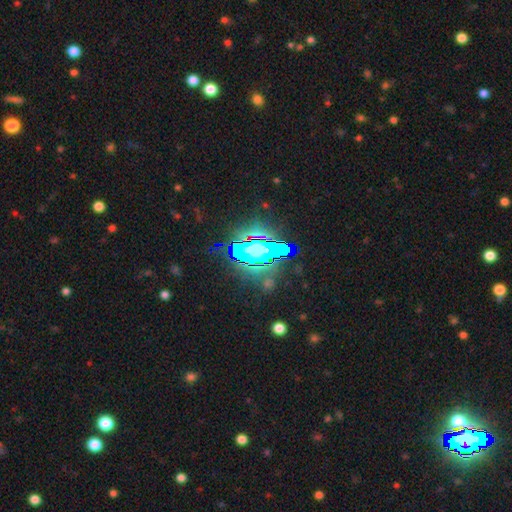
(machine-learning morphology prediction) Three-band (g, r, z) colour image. It shows a star or artifact, not a galaxy (79%).